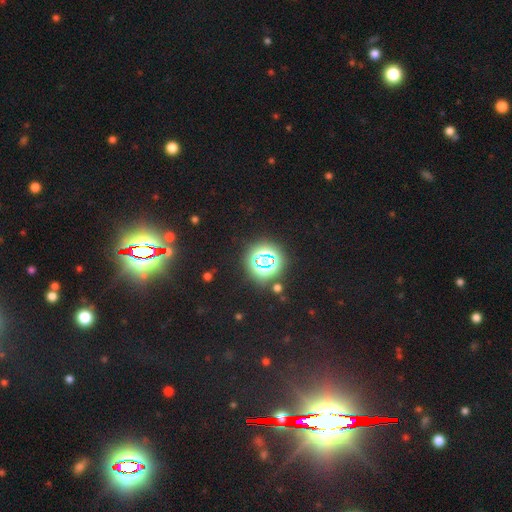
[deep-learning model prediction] Smooth or featured? Predicted: star or artifact (p=0.74).